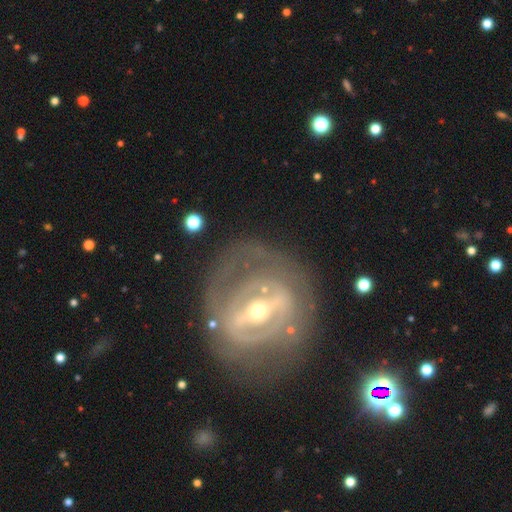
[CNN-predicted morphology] A featured or disk galaxy (84%) with a strong bar (66%), spiral arms (64%) and a moderate central bulge (49%). Merging: none (72%).